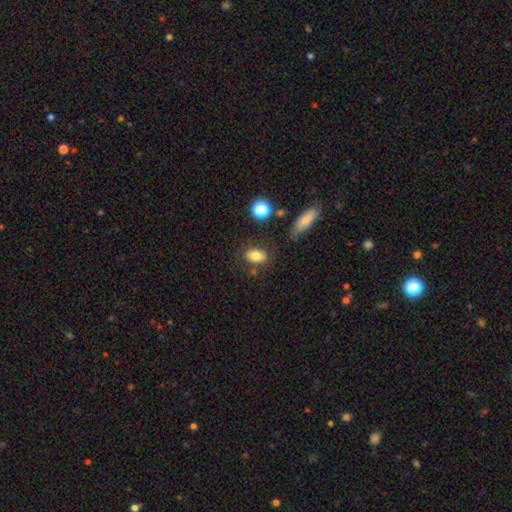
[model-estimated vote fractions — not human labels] Smooth or featured: smooth — 77% (featured or disk — 12%)
How rounded: in between — 75% (round — 23%)
Merging: none — 75% (minor disturbance — 14%)